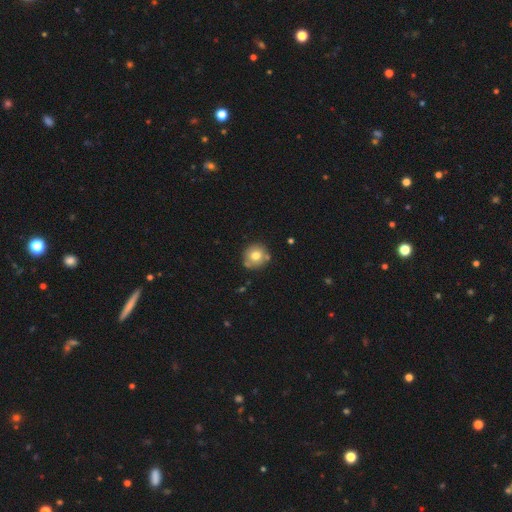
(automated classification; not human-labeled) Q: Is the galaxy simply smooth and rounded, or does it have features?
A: smooth — 72%.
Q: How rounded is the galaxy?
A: round — 90%.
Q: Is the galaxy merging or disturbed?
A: none — 75%.